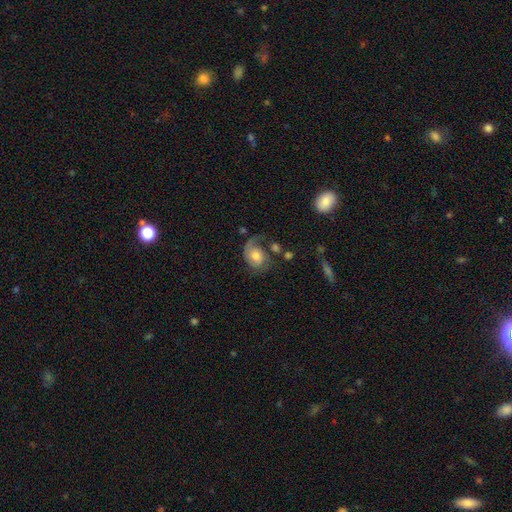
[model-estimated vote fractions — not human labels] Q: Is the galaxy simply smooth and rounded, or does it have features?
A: featured or disk — 58%.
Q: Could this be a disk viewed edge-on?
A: no — 97%.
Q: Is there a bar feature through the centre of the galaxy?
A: no — 74%.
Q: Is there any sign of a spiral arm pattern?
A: yes — 86%.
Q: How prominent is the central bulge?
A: moderate — 57%.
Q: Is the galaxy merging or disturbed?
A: none — 39%.